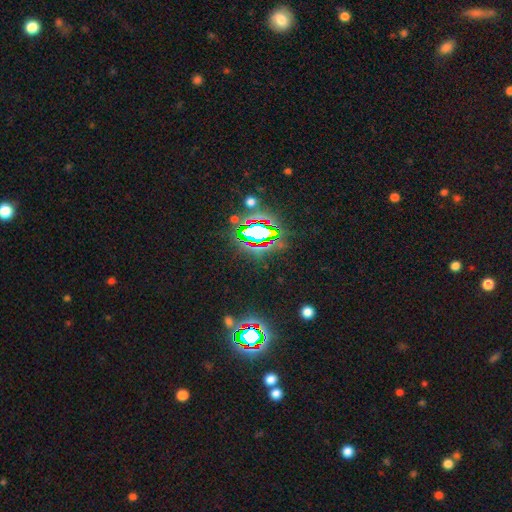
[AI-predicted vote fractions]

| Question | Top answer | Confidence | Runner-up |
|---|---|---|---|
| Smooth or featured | star or artifact | 84% | smooth (9%) |